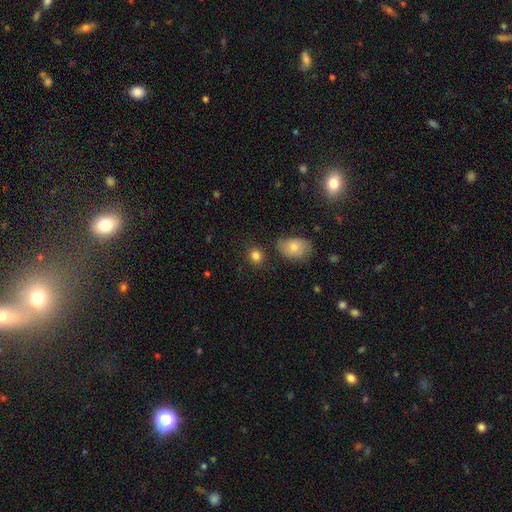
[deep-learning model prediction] smooth 85%, star or artifact 10%, featured or disk 6%. Down the decision tree: how rounded — round (74%); merging — none (79%).